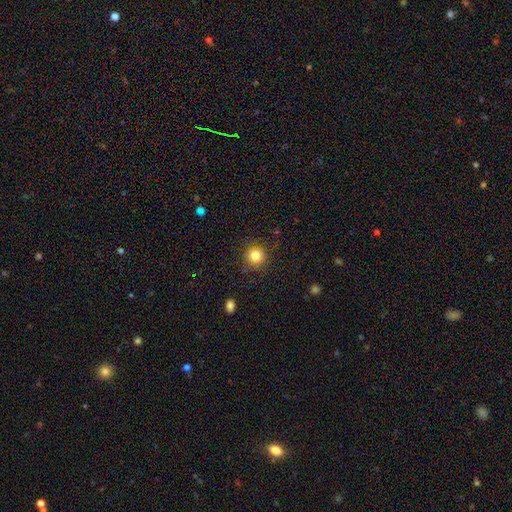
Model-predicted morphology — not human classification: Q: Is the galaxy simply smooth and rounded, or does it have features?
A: smooth — 83%.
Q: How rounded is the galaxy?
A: round — 93%.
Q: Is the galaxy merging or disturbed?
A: none — 87%.